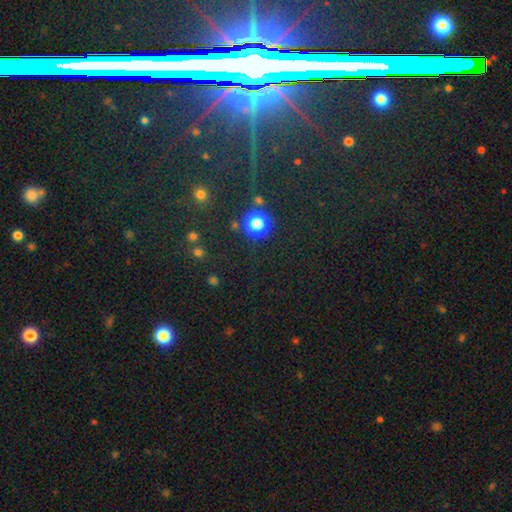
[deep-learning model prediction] A star or artifact, not a galaxy (73%).

Vote fractions:
- Smooth or featured? star or artifact: 73% / smooth: 16% / featured or disk: 11%